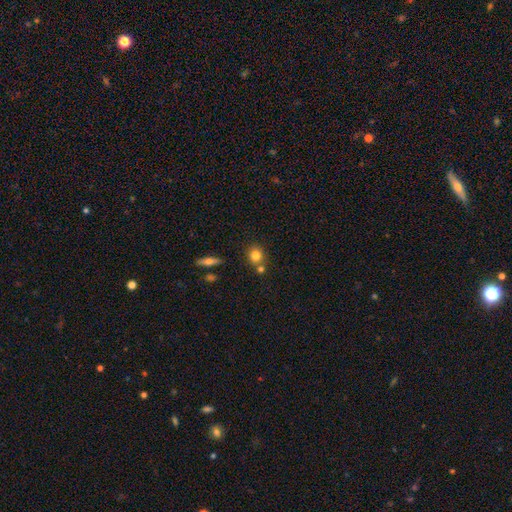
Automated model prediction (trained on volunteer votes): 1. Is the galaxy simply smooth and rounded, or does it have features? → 80% smooth, 10% star or artifact, 10% featured or disk.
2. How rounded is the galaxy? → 79% round, 19% in between, 1% cigar-shaped.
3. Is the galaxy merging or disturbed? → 66% none, 22% merger, 10% minor disturbance, 3% major disturbance.